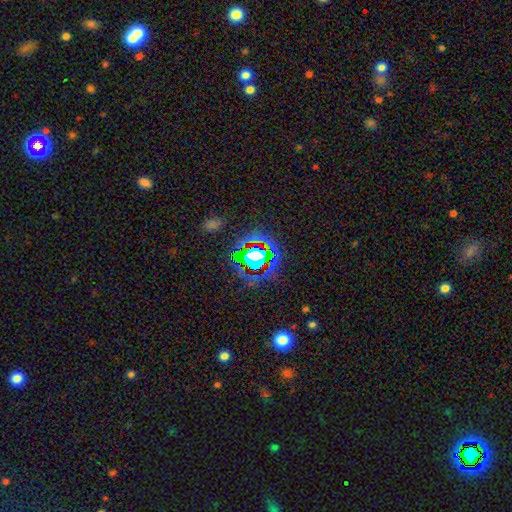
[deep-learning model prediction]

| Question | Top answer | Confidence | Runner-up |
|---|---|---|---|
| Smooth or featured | star or artifact | 66% | smooth (20%) |